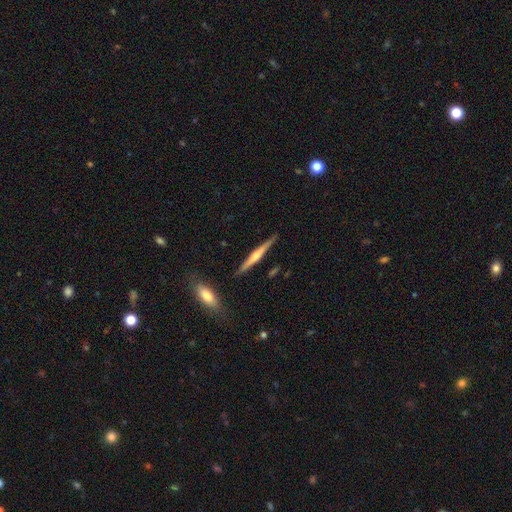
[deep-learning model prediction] The model was most divided on "smooth or featured": featured or disk: 69%, smooth: 25%, star or artifact: 6%. More confident: edge-on disk — yes (98%); merging — none (89%); edge-on bulge — rounded (81%).